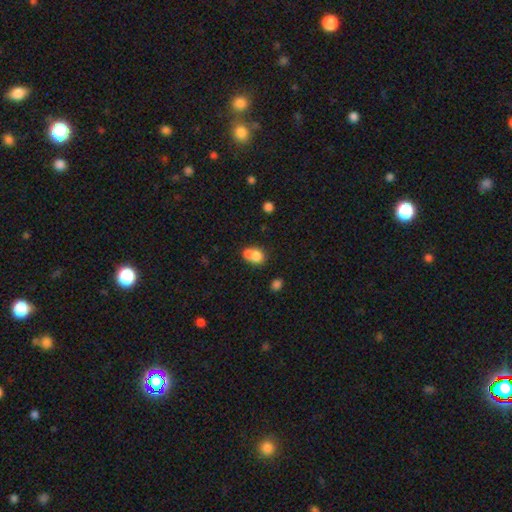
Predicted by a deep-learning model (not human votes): smooth-or-featured: smooth: 75% | featured or disk: 15% | star or artifact: 10%
  how-rounded: round: 62% | in between: 37% | cigar-shaped: 1%
  merging: merger: 61% | none: 29% | minor disturbance: 7% | major disturbance: 3%